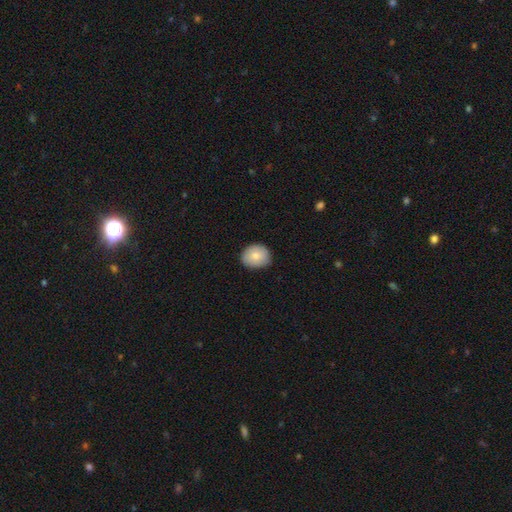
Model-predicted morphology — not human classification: smooth_or_featured: smooth (p=0.82) [alt: featured or disk p=0.11]
how_rounded: round (p=0.61) [alt: in between p=0.38]
merging: none (p=0.84) [alt: minor disturbance p=0.13]